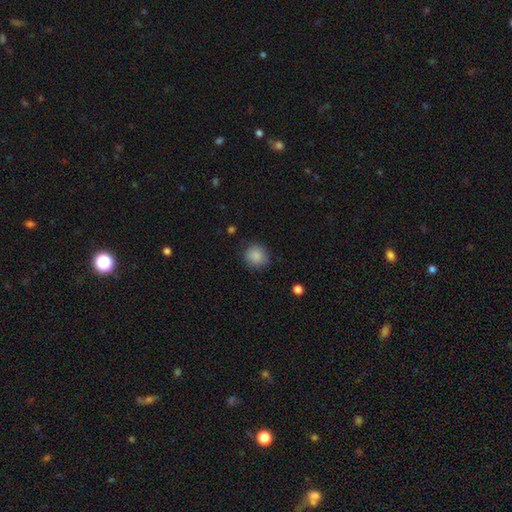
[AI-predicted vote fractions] Smooth or featured?
  - smooth: 87% *
  - star or artifact: 9%
  - featured or disk: 4%
How rounded?
  - round: 88% *
  - in between: 11%
  - cigar-shaped: 1%
Merging?
  - none: 81% *
  - minor disturbance: 14%
  - major disturbance: 3%
  - merger: 1%